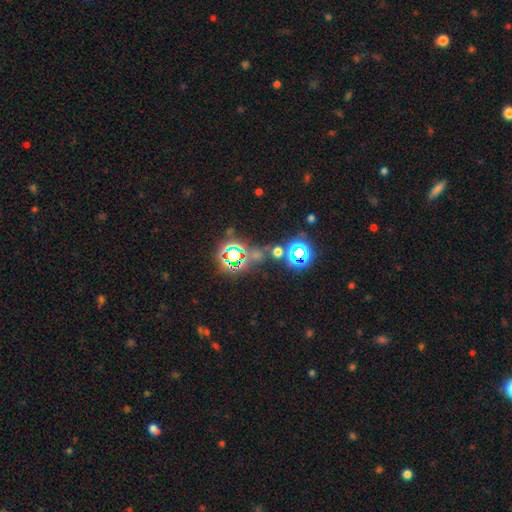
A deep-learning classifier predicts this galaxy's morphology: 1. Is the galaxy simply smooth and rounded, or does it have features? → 75% star or artifact, 17% smooth, 8% featured or disk.